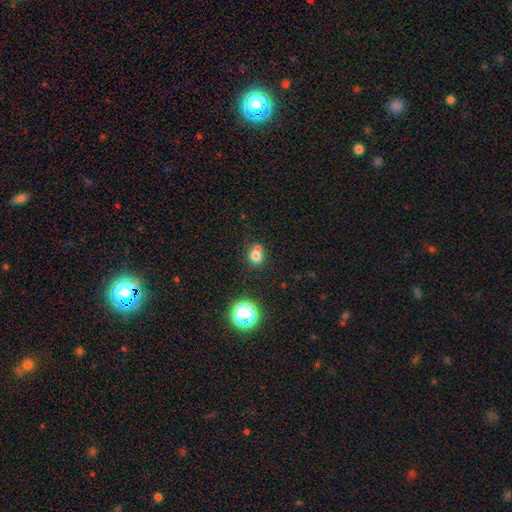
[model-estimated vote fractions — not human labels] Smooth or featured: smooth — 73% (star or artifact — 16%)
How rounded: round — 80% (in between — 19%)
Merging: none — 48% (merger — 40%)